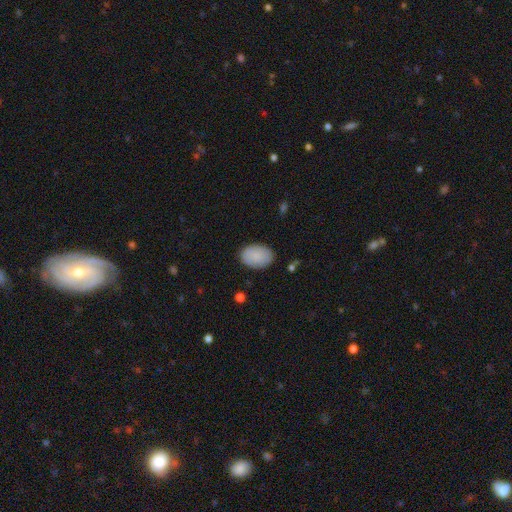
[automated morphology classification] This is clearly a smooth galaxy (87%). How rounded: clearly in between (86%). Merging: clearly none (87%).